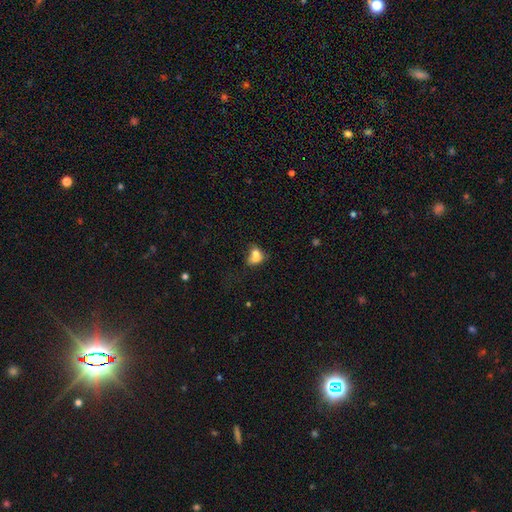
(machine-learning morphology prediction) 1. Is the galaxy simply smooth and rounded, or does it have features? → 74% smooth, 15% featured or disk, 12% star or artifact.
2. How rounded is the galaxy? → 61% in between, 37% round, 2% cigar-shaped.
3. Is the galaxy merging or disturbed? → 45% merger, 27% none, 17% minor disturbance, 11% major disturbance.